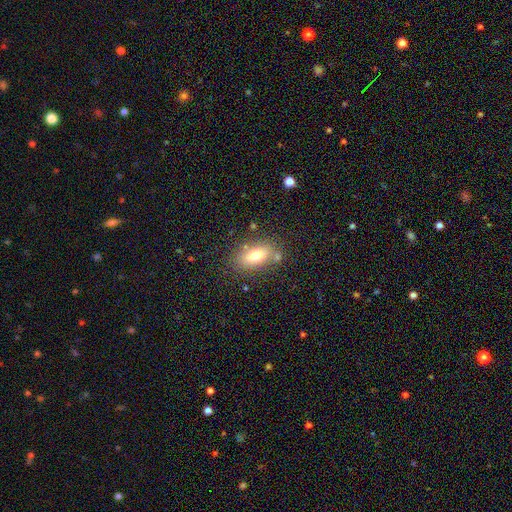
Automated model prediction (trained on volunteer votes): Smooth or featured: smooth — 71% (featured or disk — 19%)
How rounded: in between — 85% (cigar-shaped — 8%)
Merging: none — 74% (minor disturbance — 14%)